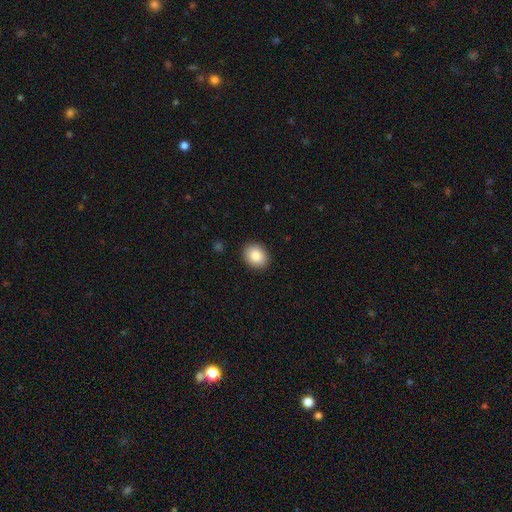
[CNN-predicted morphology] This appears to be a smooth galaxy with no disk features (85%) that is round (57%). Merging: none (91%).